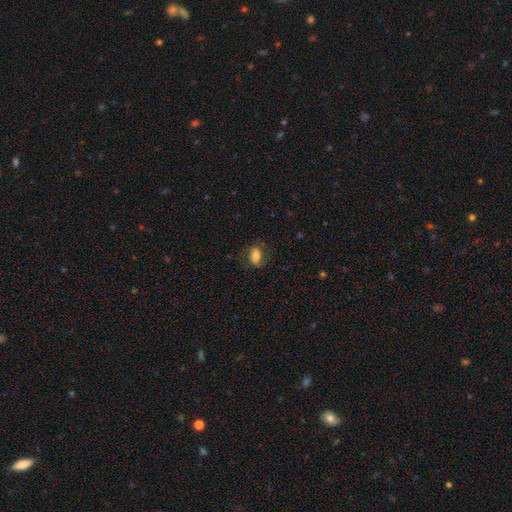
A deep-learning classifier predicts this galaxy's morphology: type=smooth (69%); roundness=in between (83%); merging=none (72%).